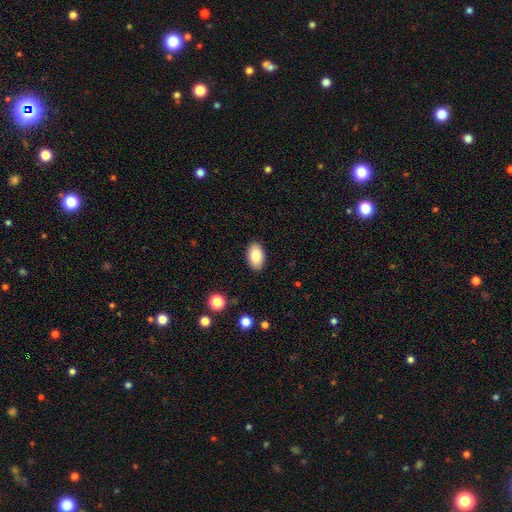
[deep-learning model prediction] The model was most divided on "smooth or featured": smooth: 84%, featured or disk: 9%, star or artifact: 7%. More confident: how rounded — in between (93%); merging — none (89%).